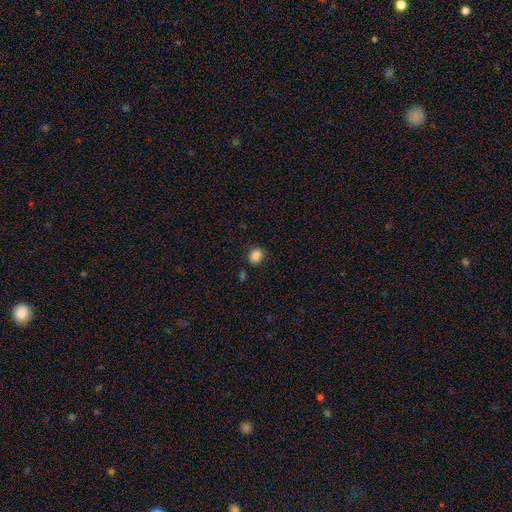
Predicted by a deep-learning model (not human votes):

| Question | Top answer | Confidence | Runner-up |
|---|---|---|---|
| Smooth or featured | smooth | 86% | star or artifact (10%) |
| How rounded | round | 69% | in between (30%) |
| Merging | none | 84% | minor disturbance (10%) |